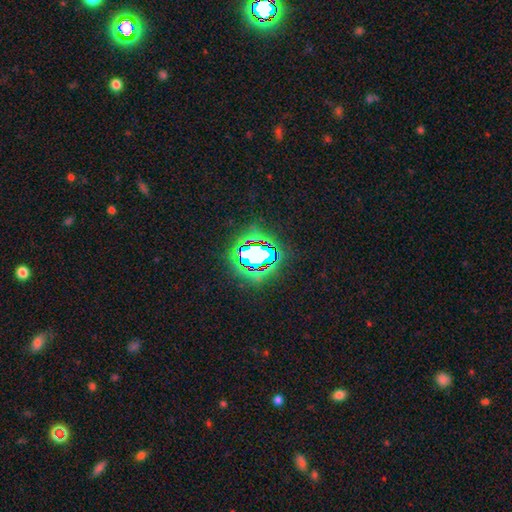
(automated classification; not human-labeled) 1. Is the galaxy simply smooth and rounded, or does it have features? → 70% star or artifact, 17% smooth, 13% featured or disk.